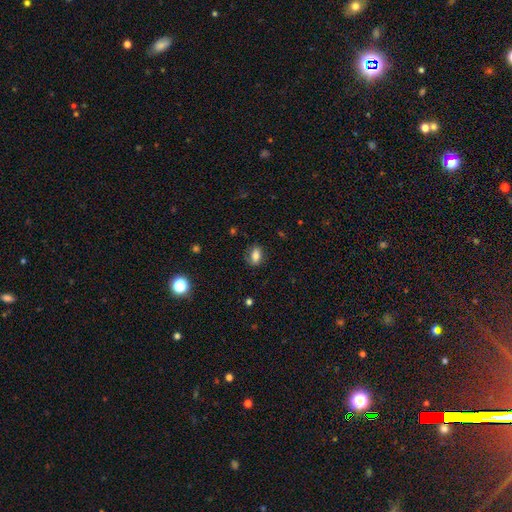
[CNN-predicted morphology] Smooth or featured? smooth (75%)
How rounded? in between (80%)
Merging? none (72%)